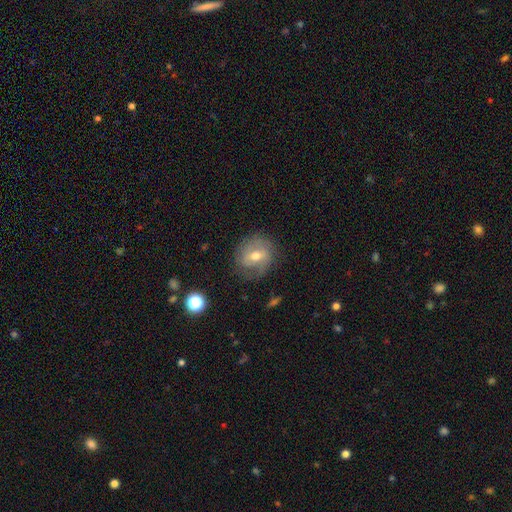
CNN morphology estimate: type=featured or disk (53%); edge-on=no (95%); bar=weak (46%); spiral arms=yes (67%); bulge=moderate (69%); merging=none (70%).